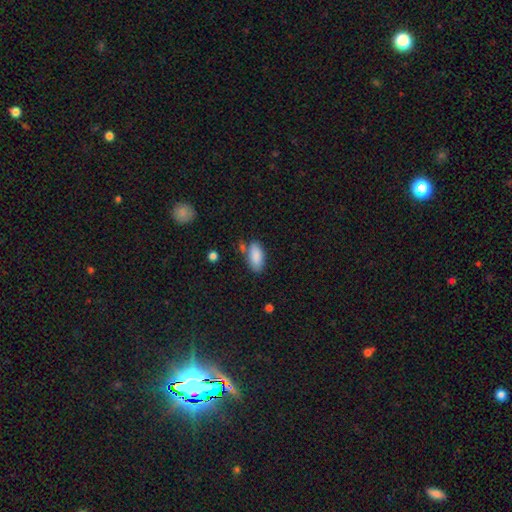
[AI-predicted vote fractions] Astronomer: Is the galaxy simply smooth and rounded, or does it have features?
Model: smooth — 88%.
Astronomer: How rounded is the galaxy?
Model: in between — 91%.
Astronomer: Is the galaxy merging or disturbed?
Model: none — 70%.